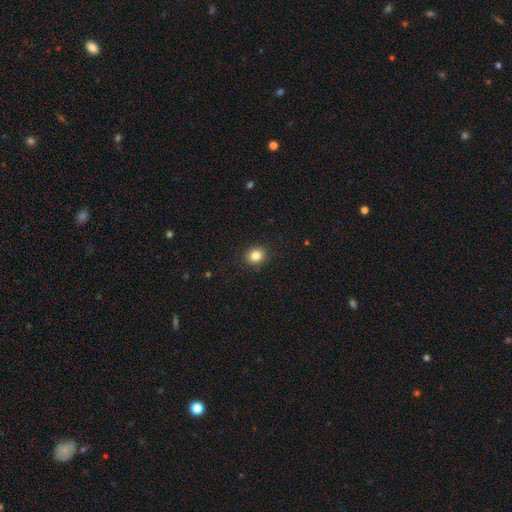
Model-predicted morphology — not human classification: Smooth or featured?
  - smooth: 83% *
  - star or artifact: 11%
  - featured or disk: 6%
How rounded?
  - round: 76% *
  - in between: 23%
  - cigar-shaped: 1%
Merging?
  - none: 90% *
  - minor disturbance: 7%
  - major disturbance: 2%
  - merger: 1%